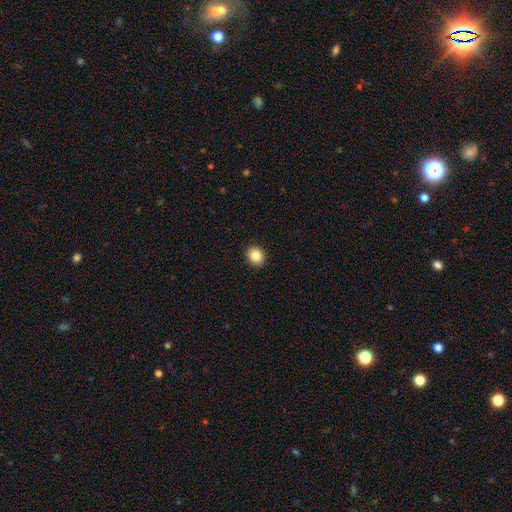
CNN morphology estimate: smooth 84%, star or artifact 9%, featured or disk 6%. Down the decision tree: how rounded — round (71%); merging — none (92%).